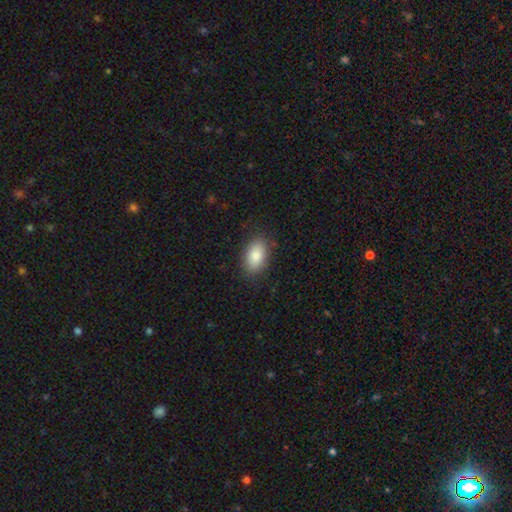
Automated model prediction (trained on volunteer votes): smooth-or-featured: smooth: 87% | star or artifact: 7% | featured or disk: 6%
  how-rounded: in between: 92% | round: 6% | cigar-shaped: 2%
  merging: none: 84% | minor disturbance: 12% | major disturbance: 3% | merger: 1%